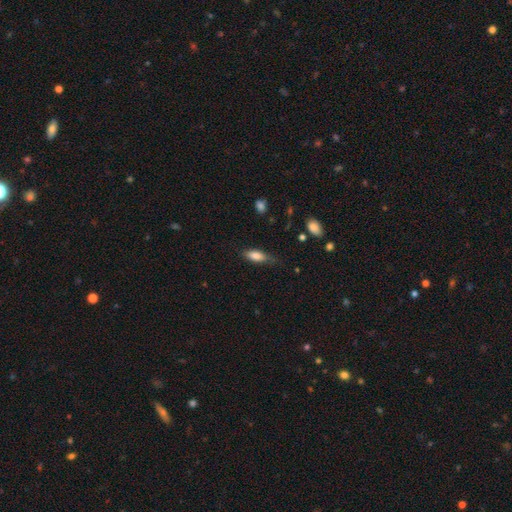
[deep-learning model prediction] smooth_or_featured: smooth (p=0.80) [alt: featured or disk p=0.13]
how_rounded: in between (p=0.71) [alt: cigar-shaped p=0.27]
merging: none (p=0.63) [alt: minor disturbance p=0.28]